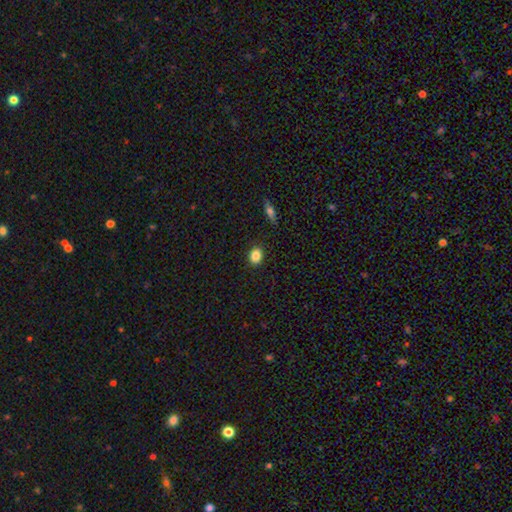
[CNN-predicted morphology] Smooth or featured? Predicted: smooth (p=0.86). How rounded? Predicted: in between (p=0.52). Merging? Predicted: none (p=0.89).